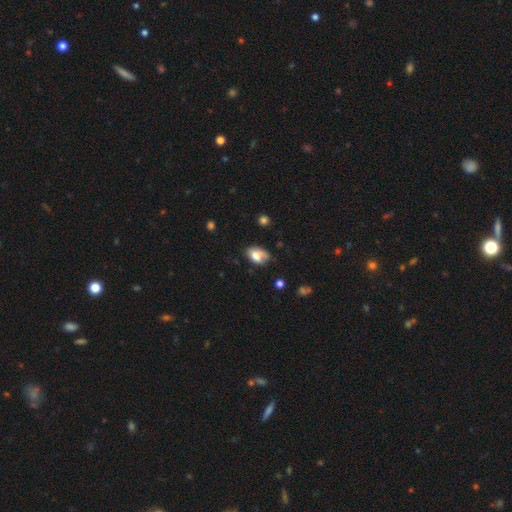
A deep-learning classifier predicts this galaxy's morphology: Smooth or featured?
  - smooth: 71% *
  - featured or disk: 19%
  - star or artifact: 9%
How rounded?
  - in between: 82% *
  - round: 16%
  - cigar-shaped: 1%
Merging?
  - none: 43% *
  - minor disturbance: 36%
  - major disturbance: 15%
  - merger: 6%